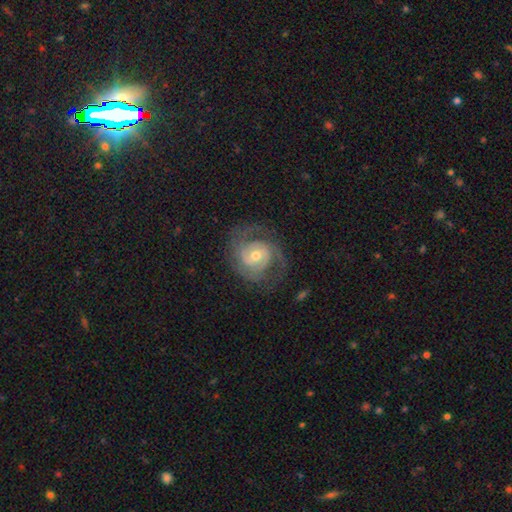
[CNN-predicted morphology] A featured or disk galaxy (84%) with no bar (53%), 2 (61%) tight (47%) spiral arms (94%) and a moderate central bulge (57%).

Vote fractions:
- Smooth or featured? featured or disk: 84% / smooth: 11% / star or artifact: 5%
- Edge-on disk? no: 98% / yes: 2%
- Bar? no: 53% / weak: 38% / strong: 10%
- Spiral arms? yes: 94% / no: 6%
- Spiral winding? tight: 47% / medium: 42% / loose: 12%
- Spiral arm count? 2: 61% / can't tell: 15% / 3: 14% / 1: 4% / 4: 3% / more than 4: 3%
- Bulge size? moderate: 57% / small: 37% / large: 4% / none: 1% / dominant: 1%
- Merging? none: 68% / minor disturbance: 18% / major disturbance: 13% / merger: 1%